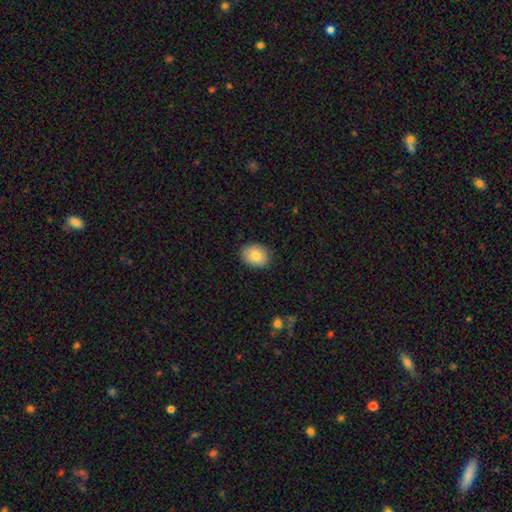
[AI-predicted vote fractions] smooth_or_featured: smooth (p=0.81) [alt: featured or disk p=0.11]
how_rounded: round (p=0.53) [alt: in between p=0.46]
merging: none (p=0.87) [alt: minor disturbance p=0.10]